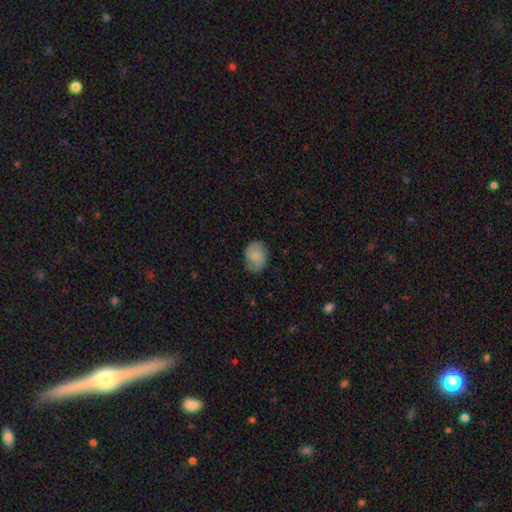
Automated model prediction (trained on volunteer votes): The model was most divided on "how rounded": in between: 57%, round: 42%, cigar-shaped: 1%. More confident: merging — none (74%); smooth or featured — smooth (61%).